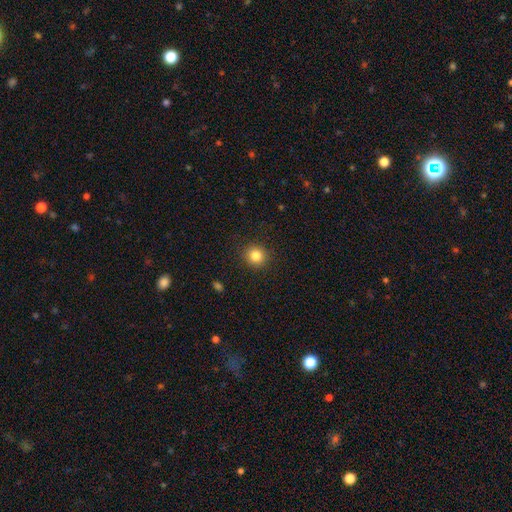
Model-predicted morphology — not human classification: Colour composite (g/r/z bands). It shows a smooth galaxy with no disk features (83%) that is round (92%). Merging: none (91%).